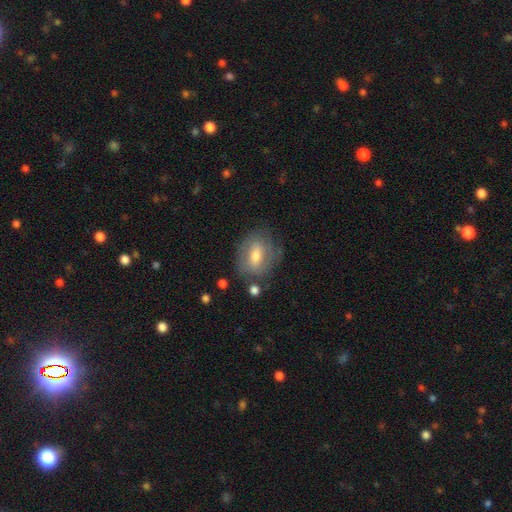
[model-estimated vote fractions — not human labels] Smooth or featured? Predicted: smooth (p=0.49). Merging? Predicted: none (p=0.70).